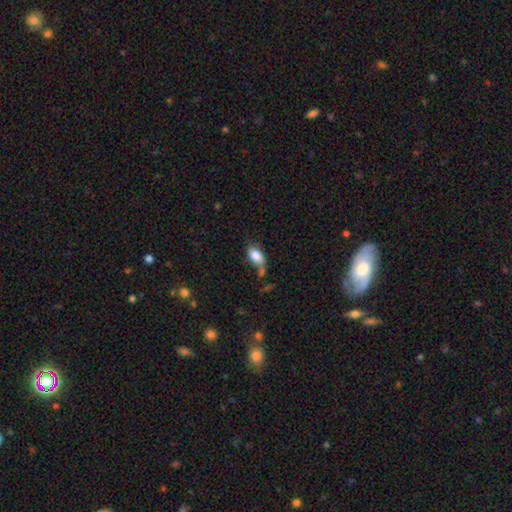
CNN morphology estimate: A smooth galaxy with no disk features (82%) that is in between round and cigar-shaped (91%).

Vote fractions:
- Smooth or featured? smooth: 82% / featured or disk: 10% / star or artifact: 8%
- How rounded? in between: 91% / round: 6% / cigar-shaped: 4%
- Merging? none: 39% / merger: 23% / minor disturbance: 23% / major disturbance: 15%